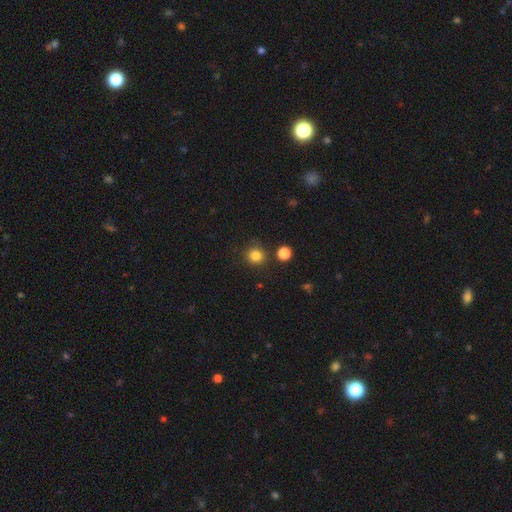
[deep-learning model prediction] Smooth or featured? Predicted: smooth (p=0.83). How rounded? Predicted: round (p=0.90). Merging? Predicted: none (p=0.82).